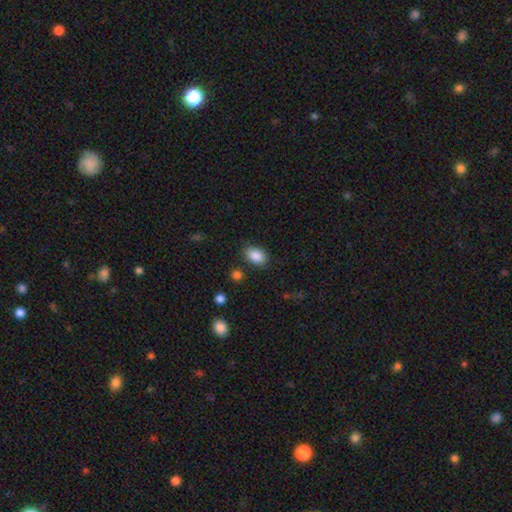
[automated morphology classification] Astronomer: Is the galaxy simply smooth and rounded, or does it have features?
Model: smooth — 88%.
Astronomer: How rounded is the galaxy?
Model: in between — 83%.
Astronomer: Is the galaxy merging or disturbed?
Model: none — 80%.